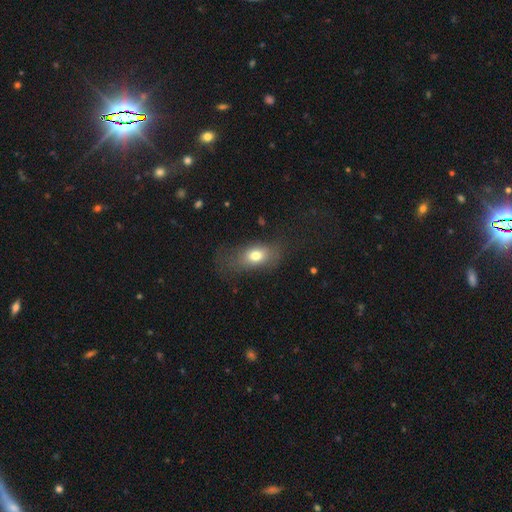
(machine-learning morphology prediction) smooth-or-featured: smooth: 73% | featured or disk: 16% | star or artifact: 11%
  how-rounded: in between: 78% | round: 18% | cigar-shaped: 5%
  merging: none: 54% | minor disturbance: 24% | major disturbance: 21% | merger: 2%